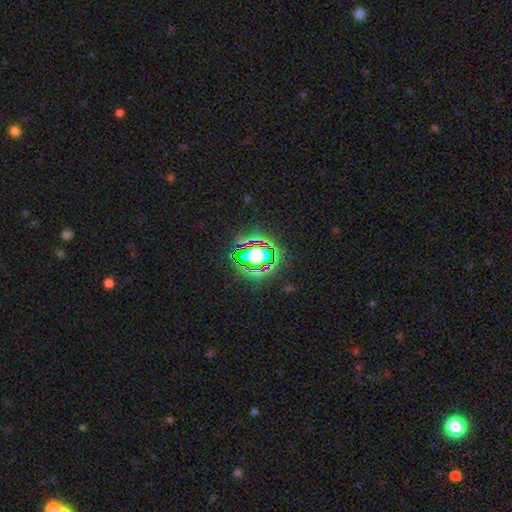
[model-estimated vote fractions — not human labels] Smooth or featured: star or artifact — 59% (smooth — 26%)